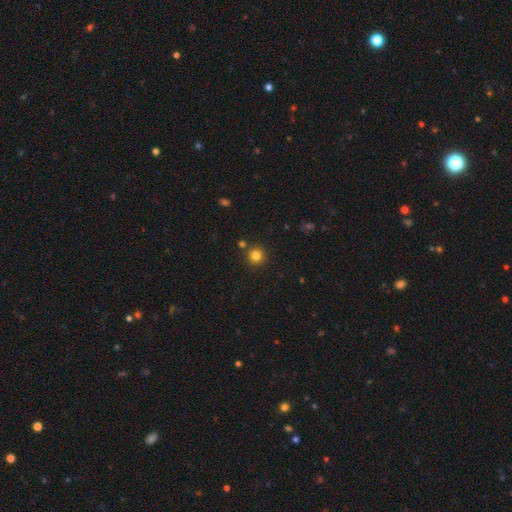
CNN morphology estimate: smooth-or-featured: smooth: 81% | star or artifact: 13% | featured or disk: 5%
  how-rounded: round: 93% | in between: 6% | cigar-shaped: 1%
  merging: none: 86% | minor disturbance: 6% | merger: 6% | major disturbance: 2%